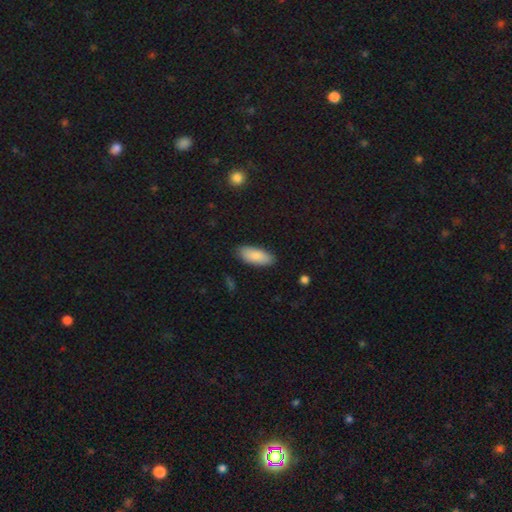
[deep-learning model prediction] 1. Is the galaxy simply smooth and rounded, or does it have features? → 85% smooth, 9% featured or disk, 6% star or artifact.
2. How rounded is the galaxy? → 83% in between, 15% cigar-shaped, 2% round.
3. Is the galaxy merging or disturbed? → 85% none, 12% minor disturbance, 2% major disturbance, 1% merger.